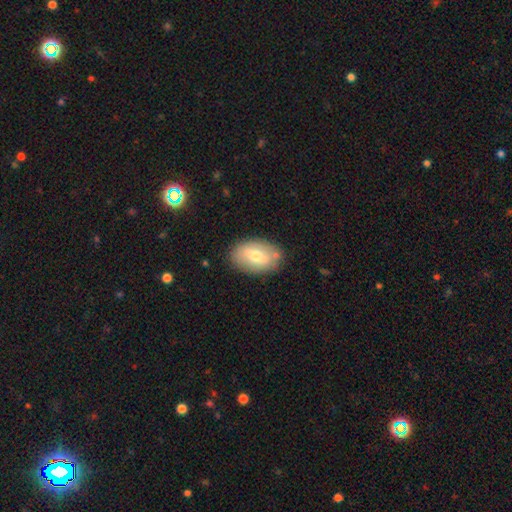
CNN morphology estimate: A smooth galaxy with no disk features (63%) that is in between round and cigar-shaped (89%).

Vote fractions:
- Smooth or featured? smooth: 63% / featured or disk: 30% / star or artifact: 7%
- How rounded? in between: 89% / round: 9% / cigar-shaped: 2%
- Merging? none: 80% / minor disturbance: 13% / merger: 4% / major disturbance: 3%